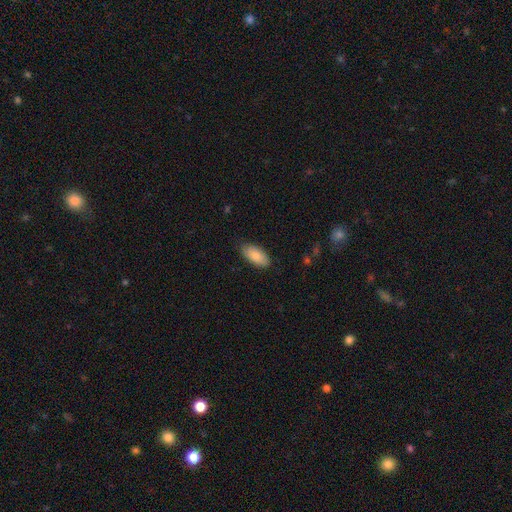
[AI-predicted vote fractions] smooth-or-featured: smooth: 84% | featured or disk: 10% | star or artifact: 6%
  how-rounded: in between: 92% | cigar-shaped: 6% | round: 2%
  merging: none: 85% | minor disturbance: 12% | major disturbance: 2% | merger: 1%